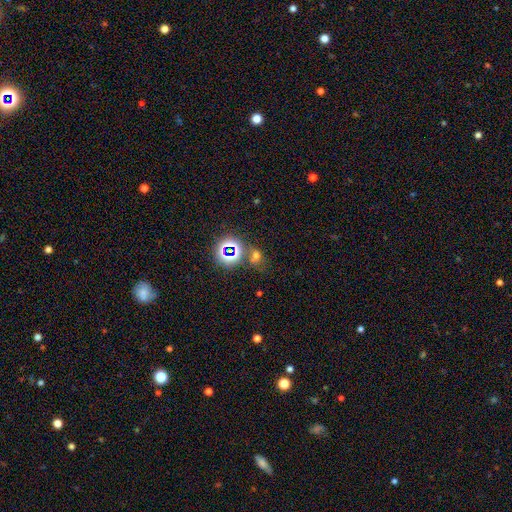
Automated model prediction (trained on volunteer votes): Q: Smooth or featured?
A: smooth (46%); runner-up: star or artifact (45%)
Q: Merging?
A: none (61%); runner-up: merger (20%)